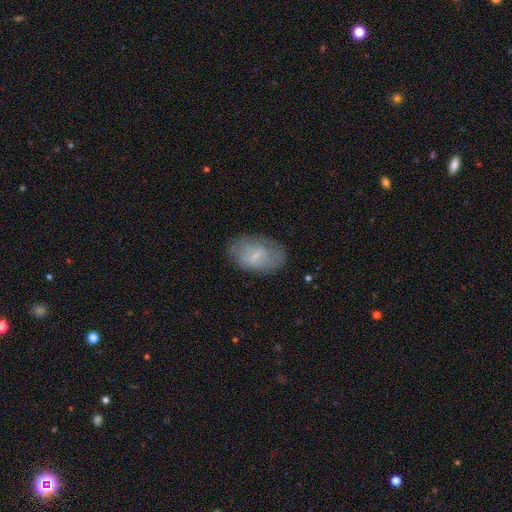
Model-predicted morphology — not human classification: Smooth or featured? smooth (48%)
Merging? none (71%)